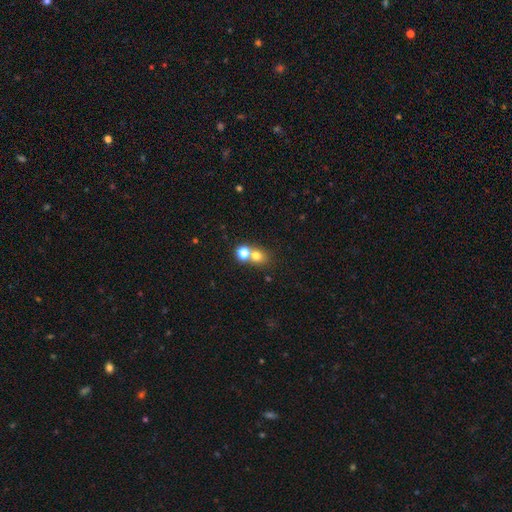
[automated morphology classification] A smooth galaxy with no disk features (72%) that is round (74%). Merging: none (49%).